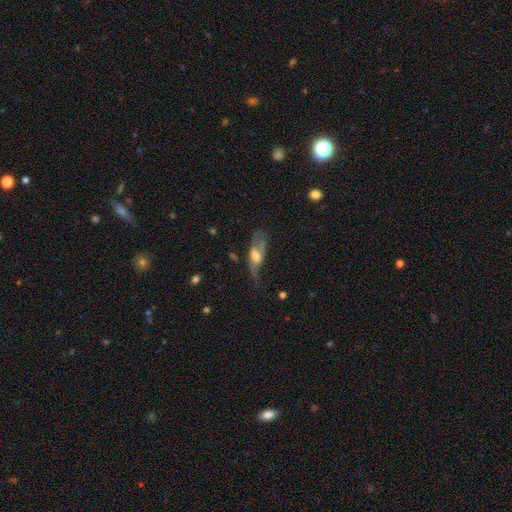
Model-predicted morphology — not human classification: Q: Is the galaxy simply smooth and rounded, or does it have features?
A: featured or disk — 49%.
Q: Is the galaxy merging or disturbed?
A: major disturbance — 36%.